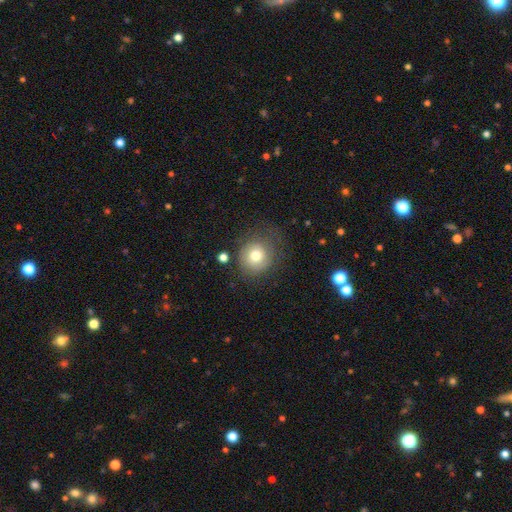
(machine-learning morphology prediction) Overall: smooth (73%). How rounded: round (85%). Merging: none (66%).